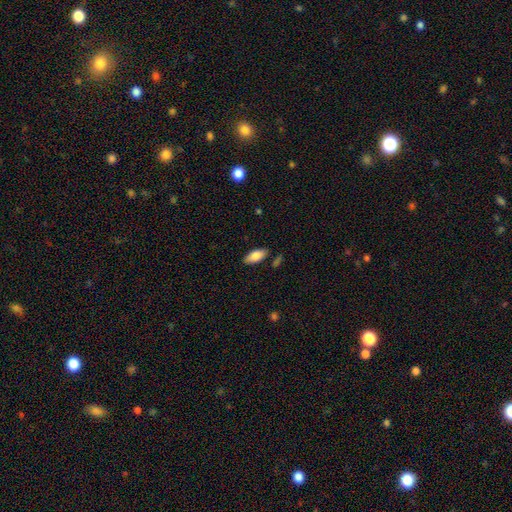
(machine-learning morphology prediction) smooth-or-featured: smooth: 82% | featured or disk: 11% | star or artifact: 6%
  how-rounded: in between: 88% | cigar-shaped: 10% | round: 2%
  merging: none: 84% | minor disturbance: 11% | merger: 3% | major disturbance: 2%